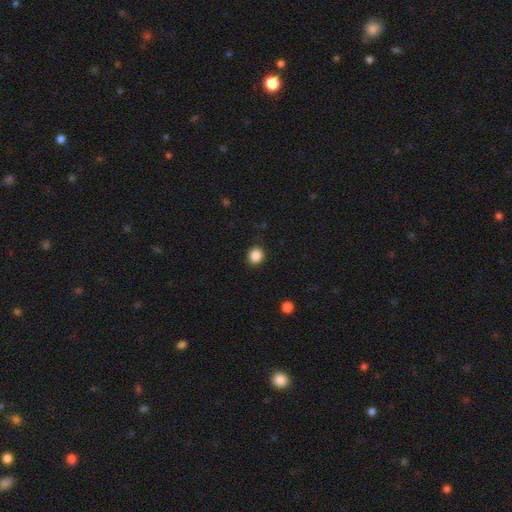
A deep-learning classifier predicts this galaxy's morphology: Q: Smooth or featured?
A: smooth (87%); runner-up: star or artifact (10%)
Q: How rounded?
A: round (85%); runner-up: in between (14%)
Q: Merging?
A: none (90%); runner-up: minor disturbance (7%)